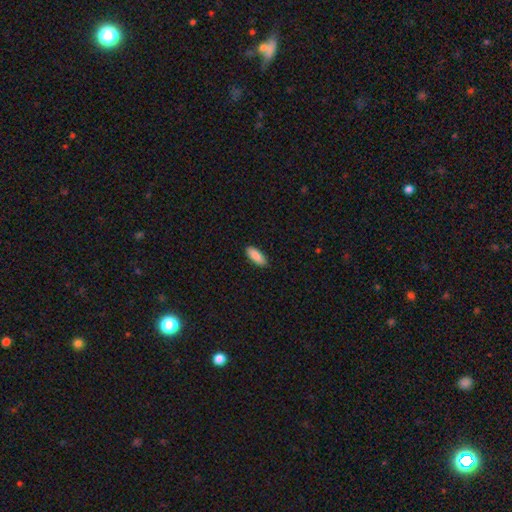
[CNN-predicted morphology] type=smooth (90%); roundness=in between (73%); merging=none (90%).